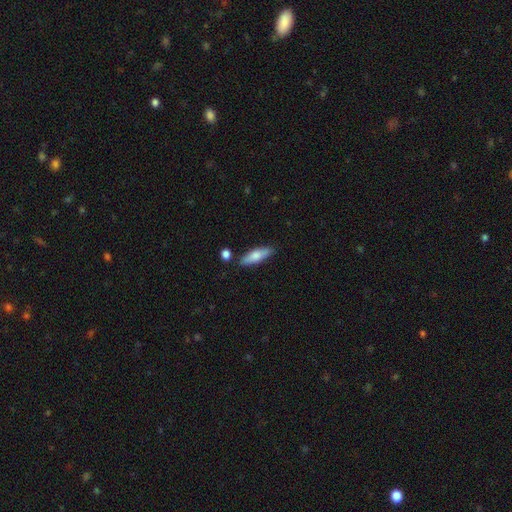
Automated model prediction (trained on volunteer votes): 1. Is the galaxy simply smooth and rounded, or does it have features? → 69% smooth, 25% featured or disk, 6% star or artifact.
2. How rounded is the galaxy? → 52% cigar-shaped, 46% in between, 2% round.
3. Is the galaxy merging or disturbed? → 82% none, 11% minor disturbance, 5% merger, 2% major disturbance.